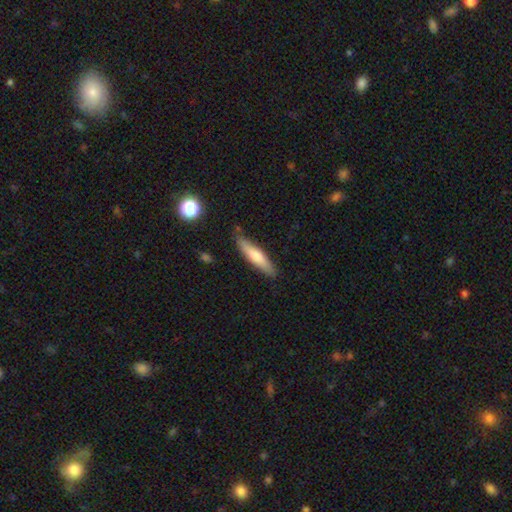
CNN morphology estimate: smooth-or-featured: smooth: 66% | featured or disk: 28% | star or artifact: 6%
  how-rounded: cigar-shaped: 82% | in between: 17% | round: 1%
  merging: none: 81% | minor disturbance: 14% | major disturbance: 2% | merger: 2%